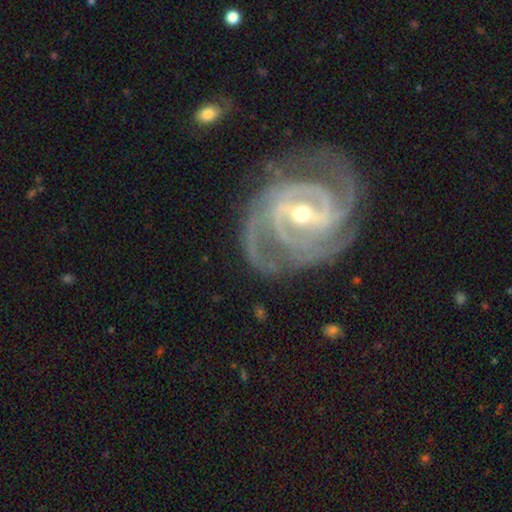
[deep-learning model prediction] smooth_or_featured: featured or disk (p=0.93) [alt: star or artifact p=0.04]
disk_edge_on: no (p=0.97) [alt: yes p=0.03]
bar: strong (p=0.49) [alt: weak p=0.39]
has_spiral_arms: yes (p=0.98) [alt: no p=0.02]
spiral_winding: tight (p=0.59) [alt: medium p=0.36]
spiral_arm_count: 3 (p=0.44) [alt: 2 p=0.19]
bulge_size: moderate (p=0.53) [alt: small p=0.44]
merging: none (p=0.73) [alt: minor disturbance p=0.17]